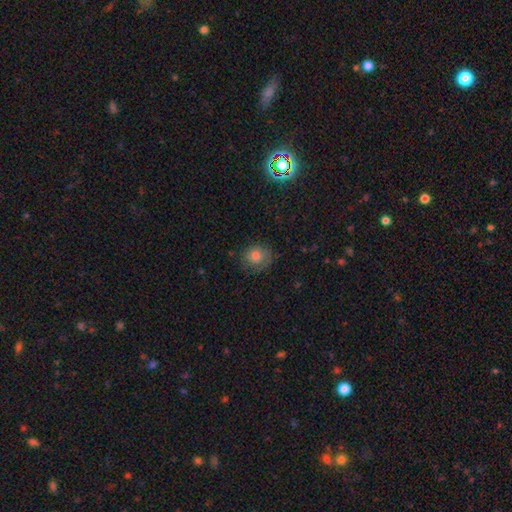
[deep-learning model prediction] This appears to be a smooth galaxy with no disk features (76%) that is round (82%). Merging: none (72%).